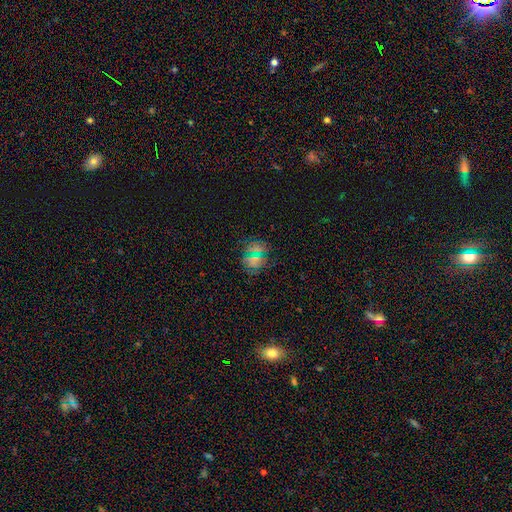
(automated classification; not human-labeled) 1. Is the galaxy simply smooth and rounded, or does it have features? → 47% star or artifact, 37% smooth, 16% featured or disk.